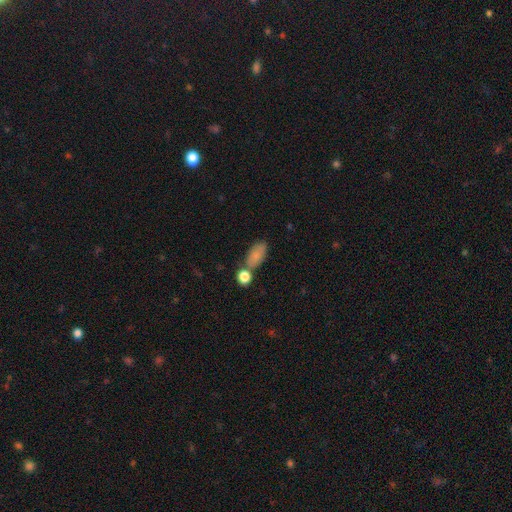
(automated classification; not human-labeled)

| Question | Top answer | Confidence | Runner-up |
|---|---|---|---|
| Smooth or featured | smooth | 81% | featured or disk (11%) |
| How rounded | in between | 89% | round (6%) |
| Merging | none | 57% | merger (21%) |